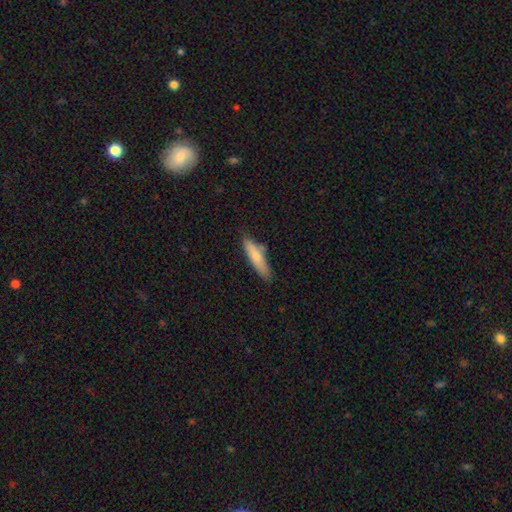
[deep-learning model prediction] Morphology: type=smooth (73%); roundness=cigar-shaped (74%); merging=none (77%).